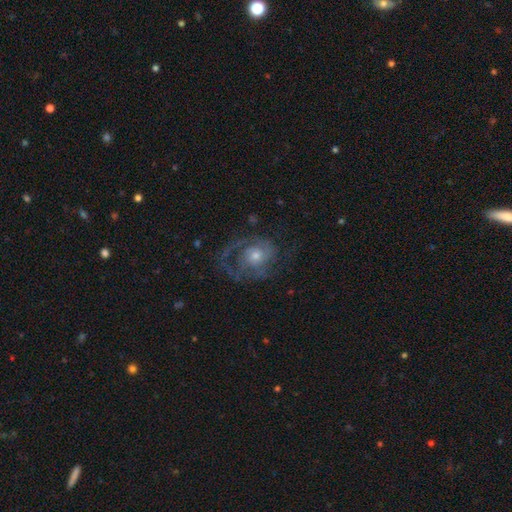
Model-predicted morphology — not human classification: Q: Smooth or featured?
A: featured or disk (80%); runner-up: smooth (13%)
Q: Edge-on disk?
A: no (97%); runner-up: yes (3%)
Q: Bar?
A: no (76%); runner-up: weak (20%)
Q: Spiral arms?
A: yes (89%); runner-up: no (11%)
Q: Spiral winding?
A: medium (43%); runner-up: tight (40%)
Q: Spiral arm count?
A: 2 (45%); runner-up: 1 (20%)
Q: Bulge size?
A: small (47%); runner-up: moderate (46%)
Q: Merging?
A: none (58%); runner-up: major disturbance (24%)